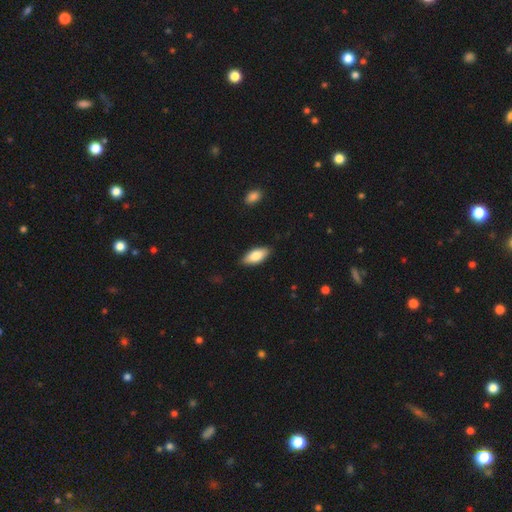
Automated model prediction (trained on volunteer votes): Smooth or featured: smooth — 82% (featured or disk — 12%)
How rounded: in between — 86% (cigar-shaped — 12%)
Merging: none — 86% (minor disturbance — 11%)